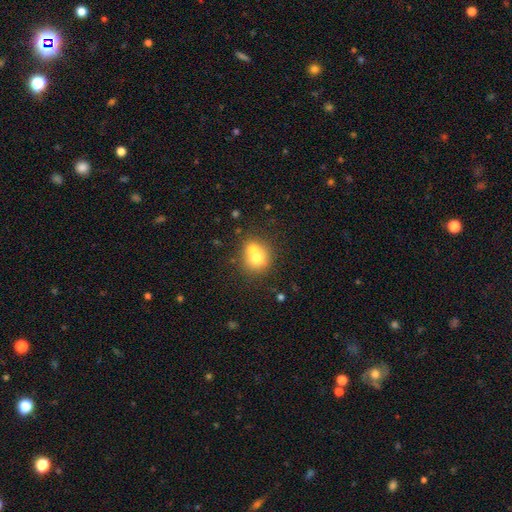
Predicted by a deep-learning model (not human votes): This appears to be a smooth galaxy with no disk features (67%) that is round (80%). Merging: merger (54%).